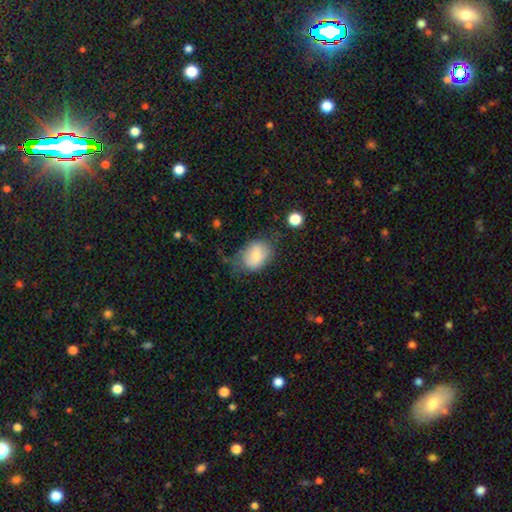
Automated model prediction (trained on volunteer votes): smooth-or-featured: smooth: 73% | featured or disk: 19% | star or artifact: 8%
  how-rounded: in between: 68% | round: 31% | cigar-shaped: 1%
  merging: none: 52% | minor disturbance: 30% | major disturbance: 15% | merger: 3%